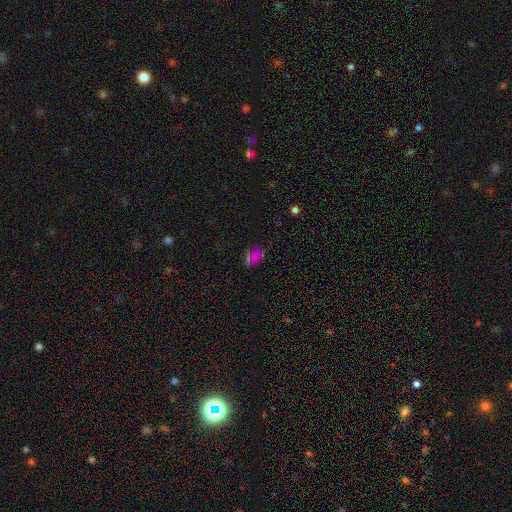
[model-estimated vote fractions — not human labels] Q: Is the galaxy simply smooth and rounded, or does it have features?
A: smooth — 57%.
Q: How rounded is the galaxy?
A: in between — 85%.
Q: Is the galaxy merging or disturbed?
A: none — 67%.